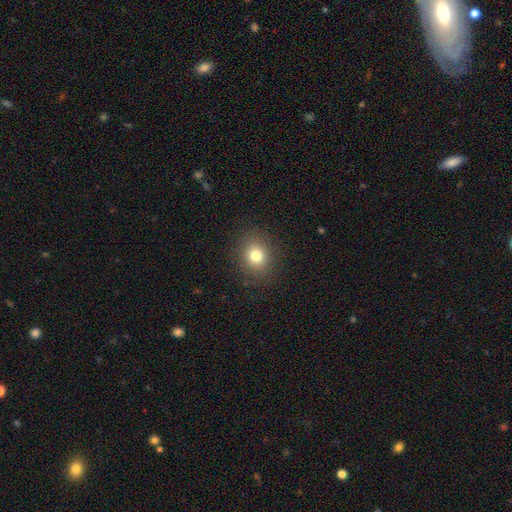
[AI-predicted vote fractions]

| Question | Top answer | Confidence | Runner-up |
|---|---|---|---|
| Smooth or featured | smooth | 79% | star or artifact (13%) |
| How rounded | round | 68% | in between (31%) |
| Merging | none | 88% | minor disturbance (8%) |